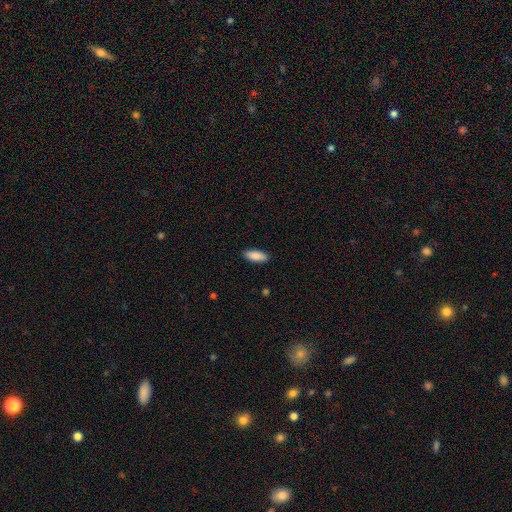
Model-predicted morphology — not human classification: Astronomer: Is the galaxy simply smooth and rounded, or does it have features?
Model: smooth — 89%.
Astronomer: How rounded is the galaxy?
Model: in between — 78%.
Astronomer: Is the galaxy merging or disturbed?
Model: none — 89%.